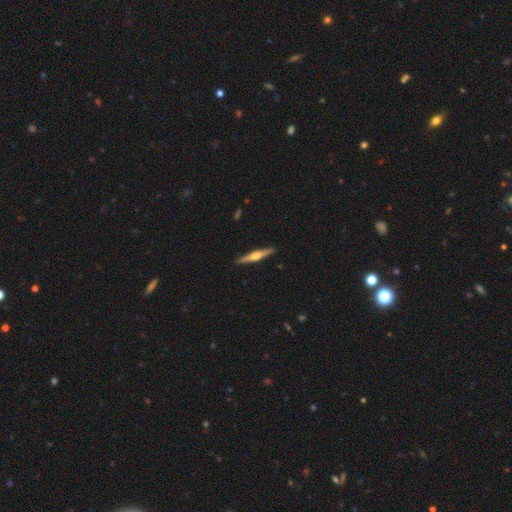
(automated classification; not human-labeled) Smooth or featured? featured or disk (67%)
Edge-on disk? yes (98%)
Edge-on bulge? rounded (86%)
Merging? none (91%)